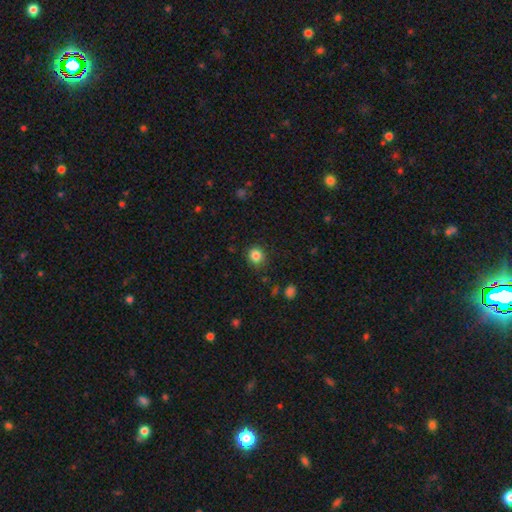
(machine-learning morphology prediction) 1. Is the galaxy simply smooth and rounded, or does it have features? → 85% smooth, 11% star or artifact, 4% featured or disk.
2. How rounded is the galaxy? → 87% round, 12% in between, 1% cigar-shaped.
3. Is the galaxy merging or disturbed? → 86% none, 10% minor disturbance, 3% major disturbance, 1% merger.